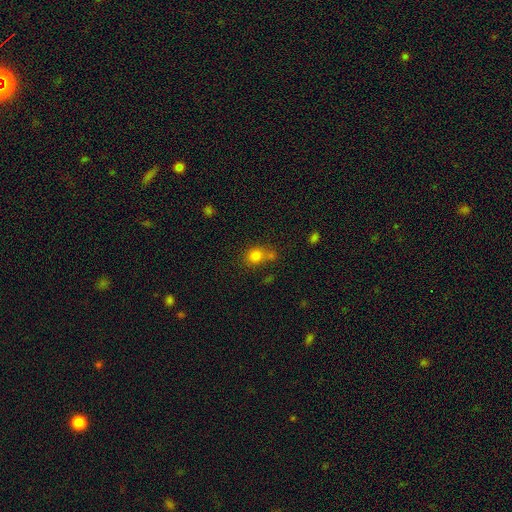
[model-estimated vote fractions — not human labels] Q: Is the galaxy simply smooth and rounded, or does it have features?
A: smooth — 78%.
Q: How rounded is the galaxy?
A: round — 70%.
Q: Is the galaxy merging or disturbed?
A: none — 52%.